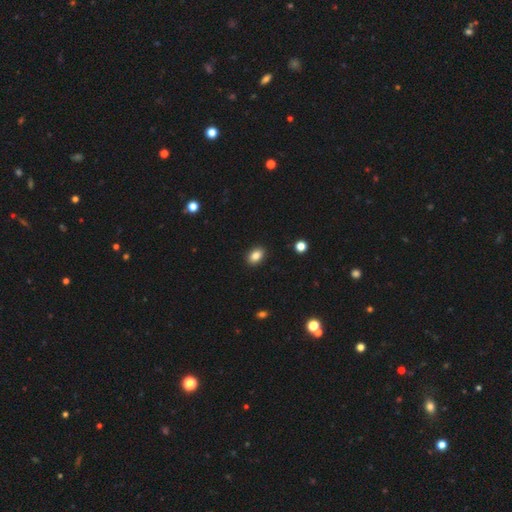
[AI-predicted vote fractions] A smooth galaxy with no disk features (86%) that is in between round and cigar-shaped (81%). Merging: none (90%).